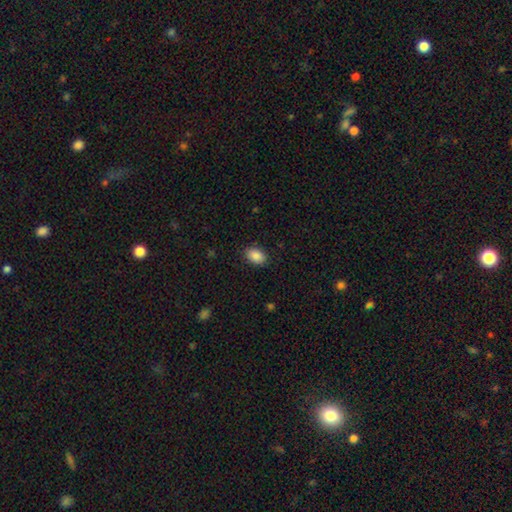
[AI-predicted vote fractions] Smooth or featured?
  - smooth: 88% *
  - star or artifact: 8%
  - featured or disk: 4%
How rounded?
  - in between: 83% *
  - round: 16%
  - cigar-shaped: 1%
Merging?
  - none: 88% *
  - minor disturbance: 9%
  - major disturbance: 2%
  - merger: 1%